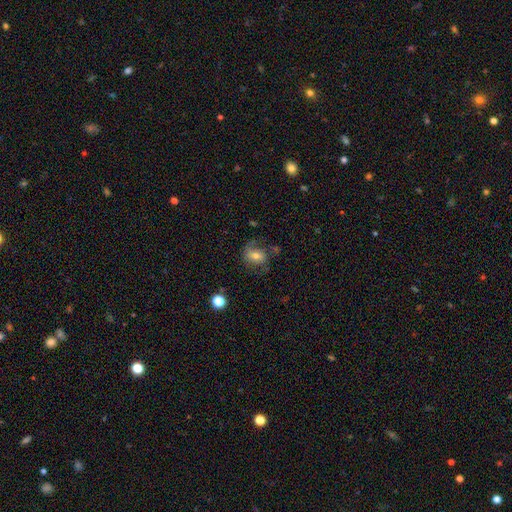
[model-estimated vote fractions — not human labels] This appears to be a smooth galaxy with no disk features (49%). Merging: none (53%).